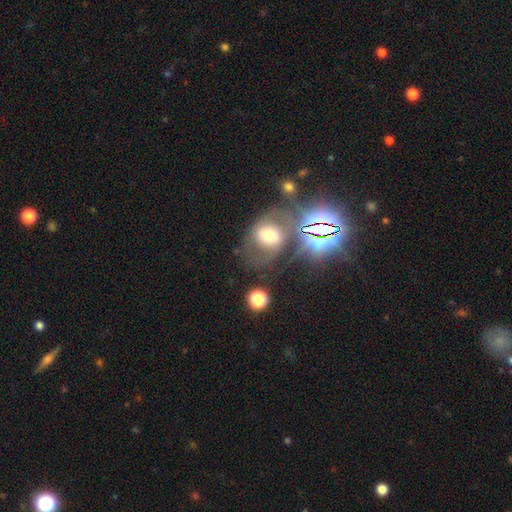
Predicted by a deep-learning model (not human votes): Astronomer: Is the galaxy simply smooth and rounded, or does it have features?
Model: star or artifact — 40% (runner-up: featured or disk, 36%).